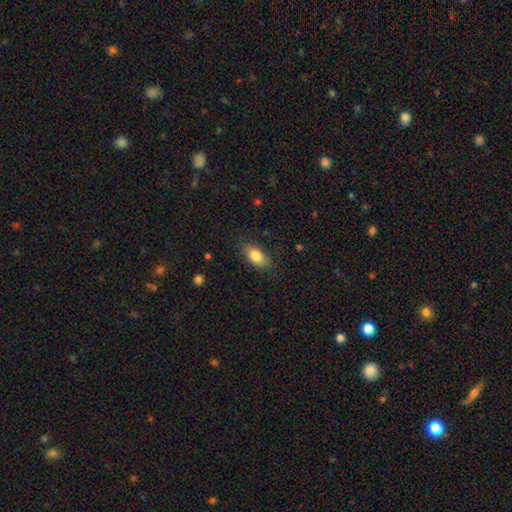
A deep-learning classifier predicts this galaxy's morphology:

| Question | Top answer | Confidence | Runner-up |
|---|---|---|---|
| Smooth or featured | smooth | 83% | featured or disk (10%) |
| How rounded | in between | 89% | cigar-shaped (7%) |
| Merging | none | 82% | minor disturbance (13%) |